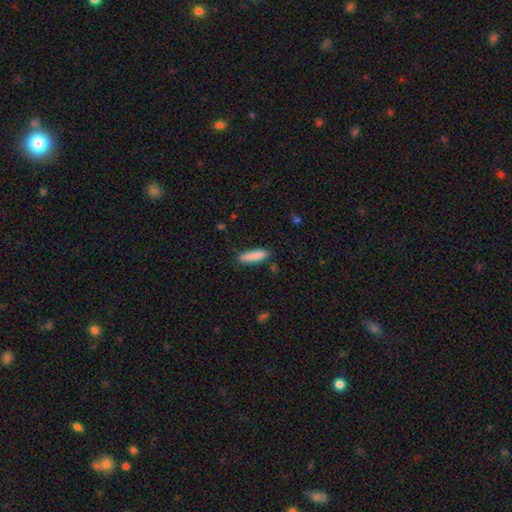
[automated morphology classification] Smooth or featured? smooth (87%)
How rounded? cigar-shaped (69%)
Merging? none (84%)